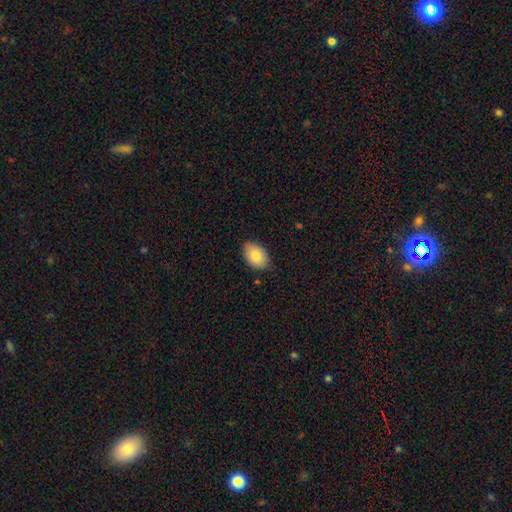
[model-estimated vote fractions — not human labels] Q: Smooth or featured?
A: smooth (83%); runner-up: featured or disk (10%)
Q: How rounded?
A: in between (87%); runner-up: round (12%)
Q: Merging?
A: none (82%); runner-up: minor disturbance (15%)